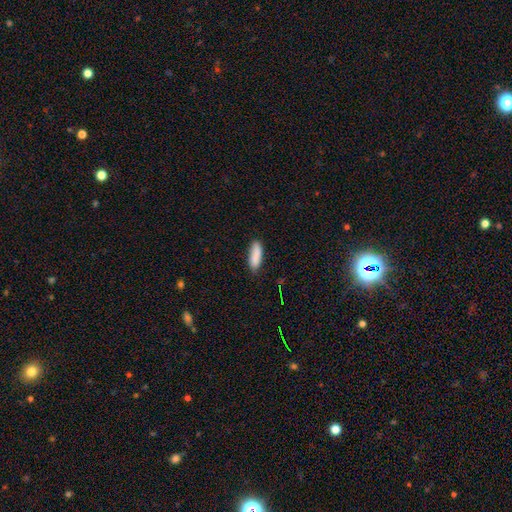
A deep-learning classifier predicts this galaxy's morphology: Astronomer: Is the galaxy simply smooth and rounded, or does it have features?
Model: smooth — 87%.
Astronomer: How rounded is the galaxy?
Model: in between — 54% (runner-up: cigar-shaped, 44%).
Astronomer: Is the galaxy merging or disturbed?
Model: none — 78%.